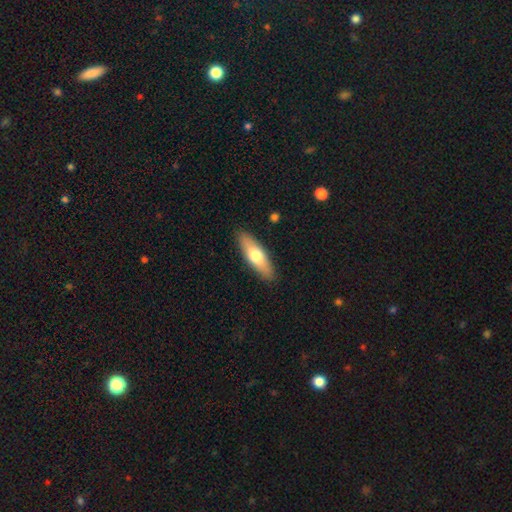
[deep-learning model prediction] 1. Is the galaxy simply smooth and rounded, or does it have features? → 66% smooth, 29% featured or disk, 5% star or artifact.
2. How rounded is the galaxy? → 49% in between, 48% cigar-shaped, 2% round.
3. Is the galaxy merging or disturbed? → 89% none, 8% minor disturbance, 2% major disturbance, 1% merger.